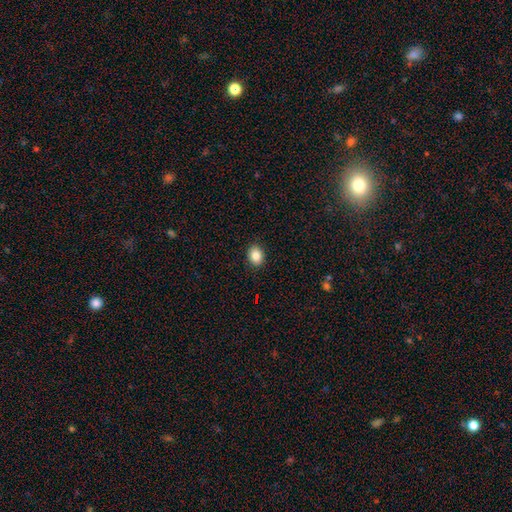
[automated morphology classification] Smooth or featured: smooth — 85% (star or artifact — 9%)
How rounded: in between — 59% (round — 40%)
Merging: none — 90% (minor disturbance — 7%)